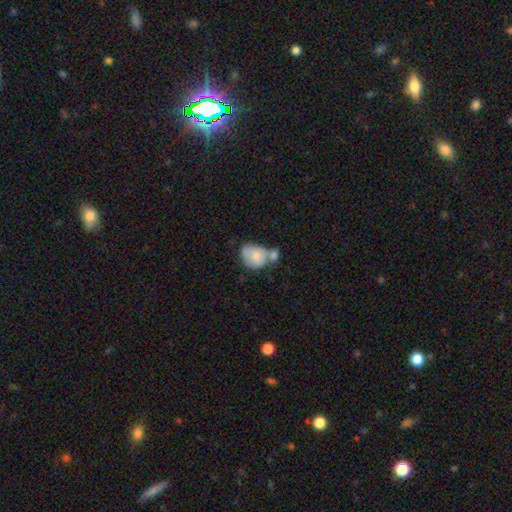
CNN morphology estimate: Overall: smooth (73%). How rounded: in between (60%; round 39%). Merging: merger (54%; none 22%).